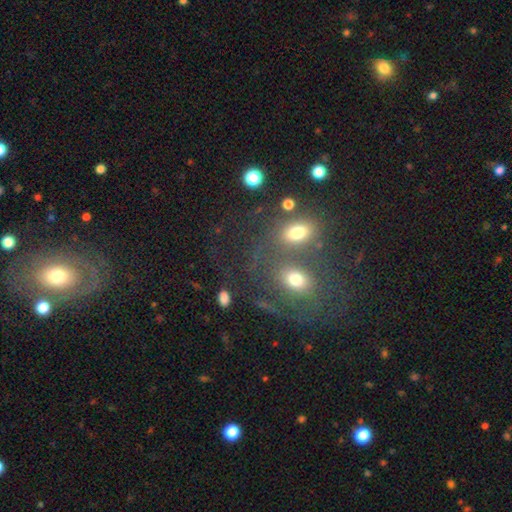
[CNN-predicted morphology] smooth-or-featured: smooth: 46% | featured or disk: 34% | star or artifact: 20%
  merging: merger: 49% | none: 34% | minor disturbance: 10% | major disturbance: 7%